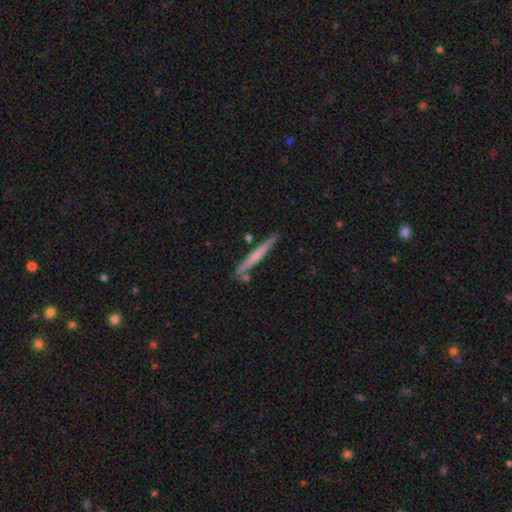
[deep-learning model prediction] Smooth or featured: smooth — 51% (featured or disk — 43%)
How rounded: cigar-shaped — 96% (in between — 2%)
Merging: none — 83% (minor disturbance — 10%)